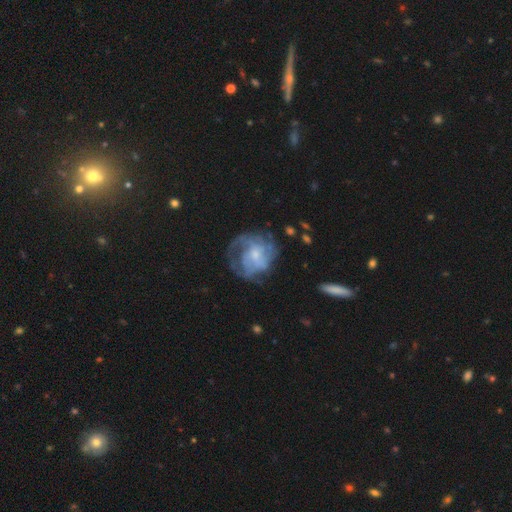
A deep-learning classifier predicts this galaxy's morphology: Q: Smooth or featured?
A: featured or disk (70%); runner-up: smooth (22%)
Q: Edge-on disk?
A: no (98%); runner-up: yes (2%)
Q: Bar?
A: no (69%); runner-up: weak (27%)
Q: Spiral arms?
A: yes (75%); runner-up: no (25%)
Q: Spiral winding?
A: tight (41%); runner-up: medium (38%)
Q: Spiral arm count?
A: can't tell (46%); runner-up: 3 (18%)
Q: Bulge size?
A: small (49%); runner-up: moderate (38%)
Q: Merging?
A: none (54%); runner-up: major disturbance (23%)